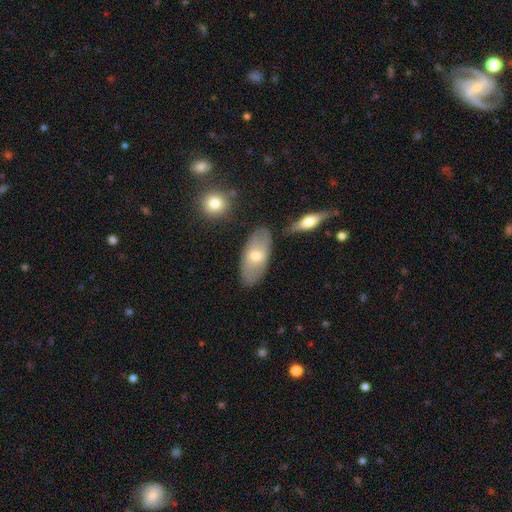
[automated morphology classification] type=smooth (55%); roundness=in between (90%); merging=none (77%).